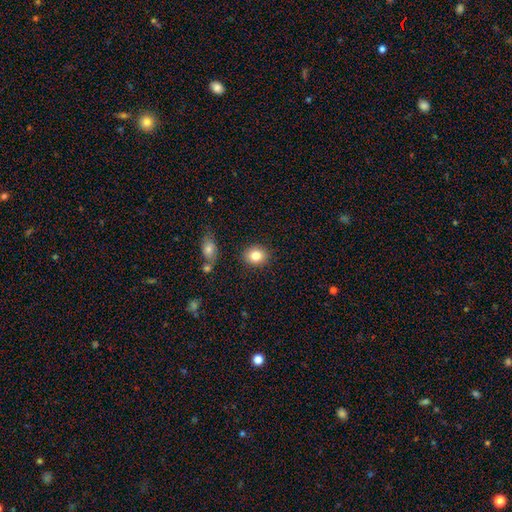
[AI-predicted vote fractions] Morphology: type=smooth (83%); roundness=round (66%); merging=none (87%).